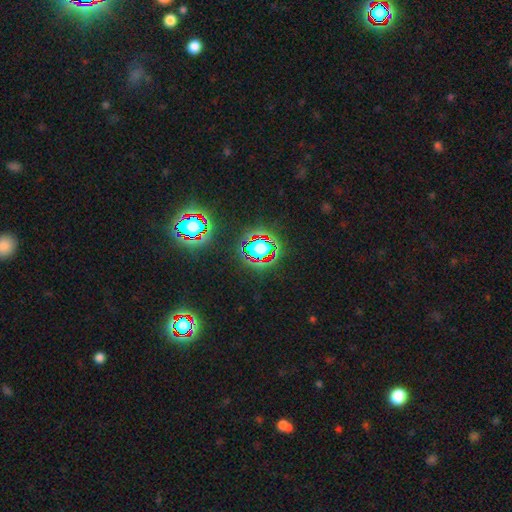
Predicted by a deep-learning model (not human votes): This is likely a star or artifact rather than a galaxy (79%).